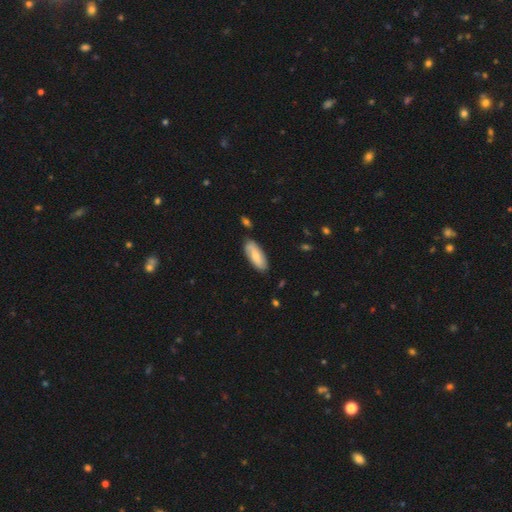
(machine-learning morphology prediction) This appears to be a smooth galaxy with no disk features (63%) that is in between round and cigar-shaped (78%). Merging: none (80%).